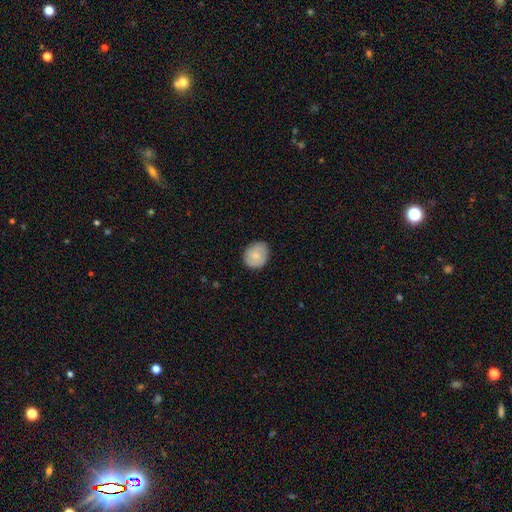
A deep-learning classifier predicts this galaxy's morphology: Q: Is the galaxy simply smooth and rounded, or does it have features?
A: smooth — 78%.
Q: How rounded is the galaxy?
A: round — 66%.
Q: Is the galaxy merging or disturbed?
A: none — 81%.